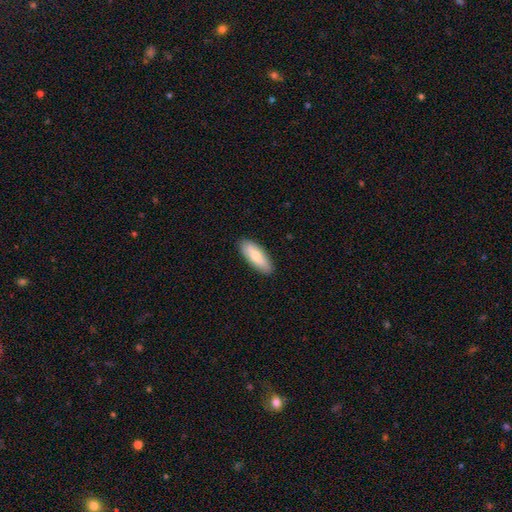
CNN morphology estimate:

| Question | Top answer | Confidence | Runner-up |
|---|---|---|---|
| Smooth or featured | smooth | 76% | featured or disk (19%) |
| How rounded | in between | 69% | cigar-shaped (29%) |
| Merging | none | 88% | minor disturbance (9%) |